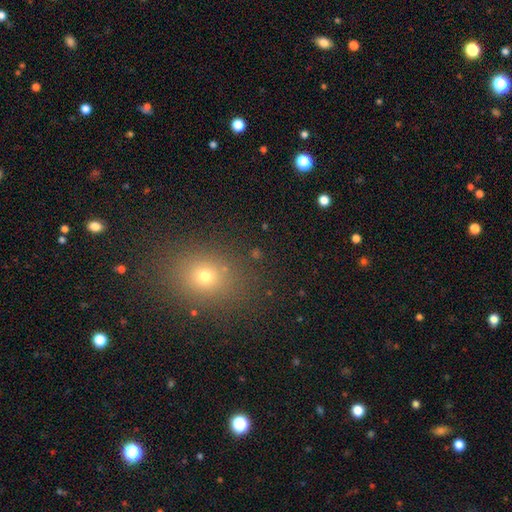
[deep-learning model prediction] A smooth galaxy with no disk features (62%) that is round (51%). Merging: none (88%).